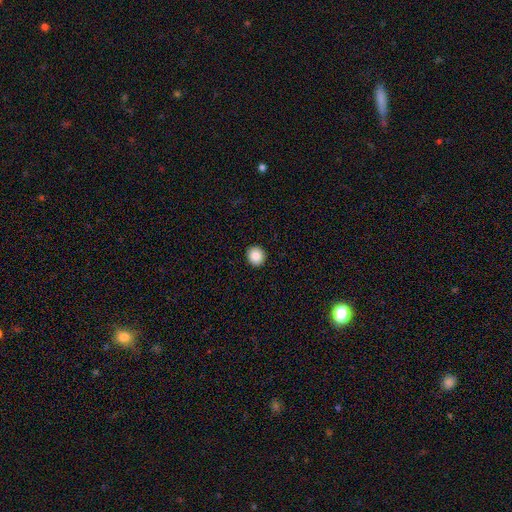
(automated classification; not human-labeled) Smooth or featured: smooth — 86% (star or artifact — 9%)
How rounded: round — 90% (in between — 9%)
Merging: none — 93% (minor disturbance — 4%)